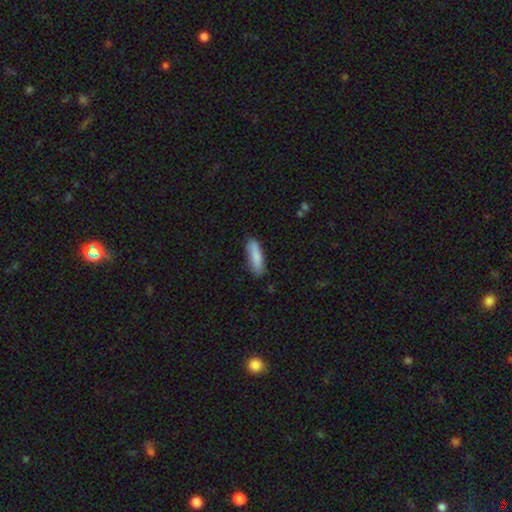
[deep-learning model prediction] smooth_or_featured: smooth (p=0.85) [alt: featured or disk p=0.09]
how_rounded: cigar-shaped (p=0.58) [alt: in between p=0.41]
merging: none (p=0.80) [alt: minor disturbance p=0.16]